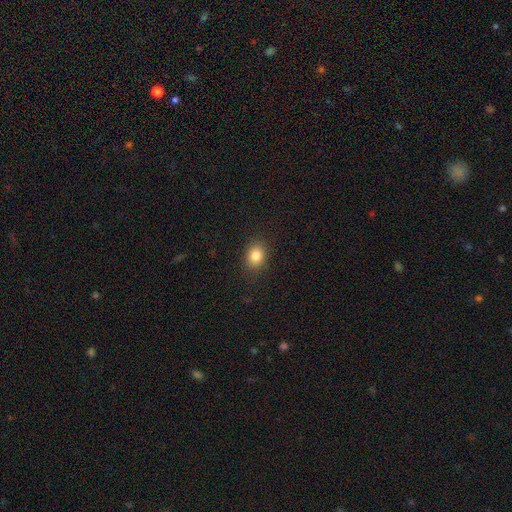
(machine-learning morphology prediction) This appears to be a smooth galaxy with no disk features (84%) that is in between round and cigar-shaped (52%). Merging: none (86%).